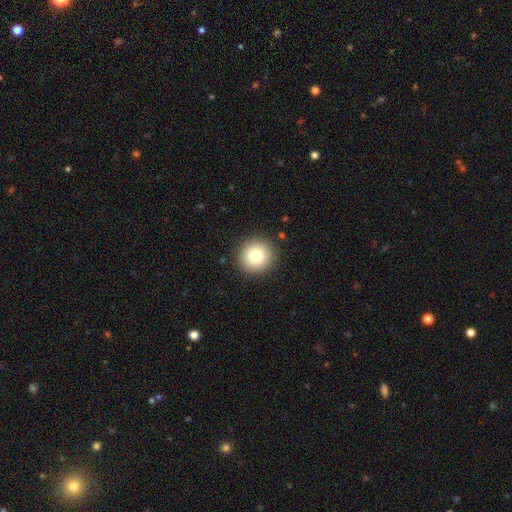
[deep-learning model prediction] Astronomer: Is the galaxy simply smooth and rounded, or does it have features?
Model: smooth — 81%.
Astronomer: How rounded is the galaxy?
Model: round — 94%.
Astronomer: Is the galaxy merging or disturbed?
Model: none — 91%.